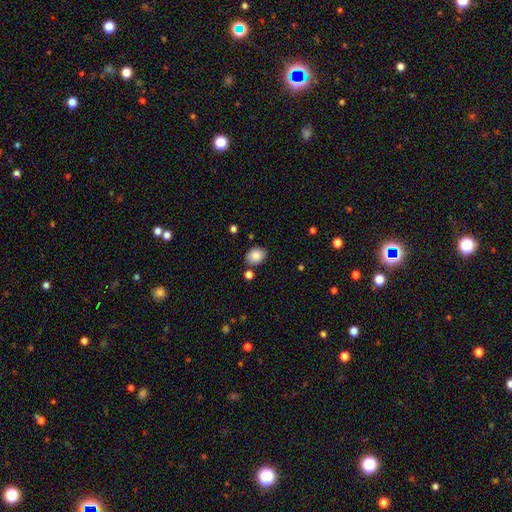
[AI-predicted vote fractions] Q: Smooth or featured?
A: smooth (85%); runner-up: star or artifact (8%)
Q: How rounded?
A: in between (58%); runner-up: round (41%)
Q: Merging?
A: none (79%); runner-up: minor disturbance (12%)